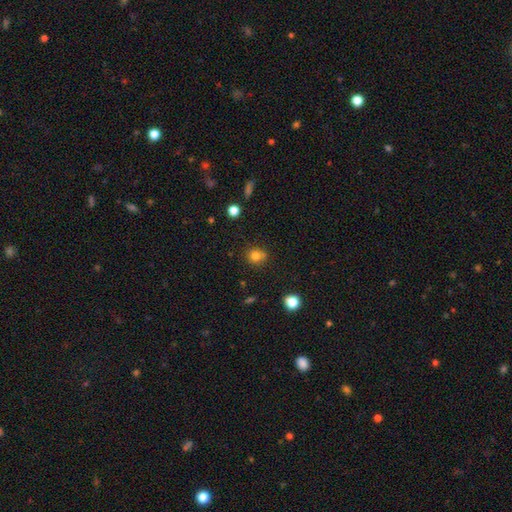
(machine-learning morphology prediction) Q: Smooth or featured?
A: smooth (78%); runner-up: star or artifact (14%)
Q: How rounded?
A: round (85%); runner-up: in between (14%)
Q: Merging?
A: none (70%); runner-up: minor disturbance (14%)